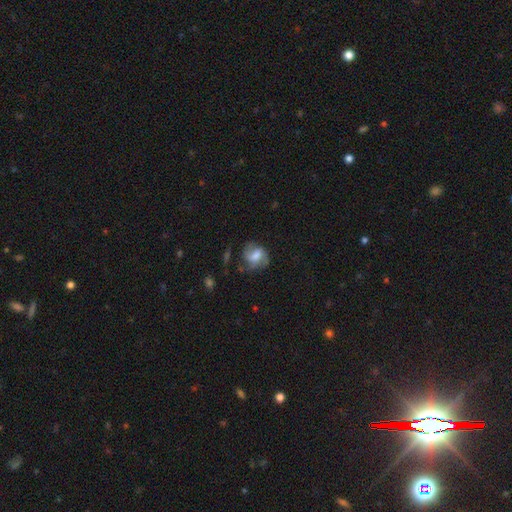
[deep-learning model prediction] Smooth or featured? Predicted: featured or disk (p=0.50). Edge-on disk? Predicted: no (p=0.97). Merging? Predicted: none (p=0.54).